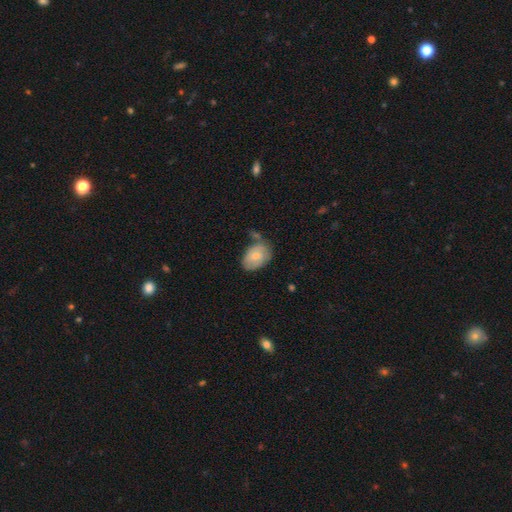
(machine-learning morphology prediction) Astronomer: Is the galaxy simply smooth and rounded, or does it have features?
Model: smooth — 68%.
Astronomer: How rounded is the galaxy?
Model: in between — 81%.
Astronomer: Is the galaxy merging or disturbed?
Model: none — 51% (runner-up: minor disturbance, 28%).